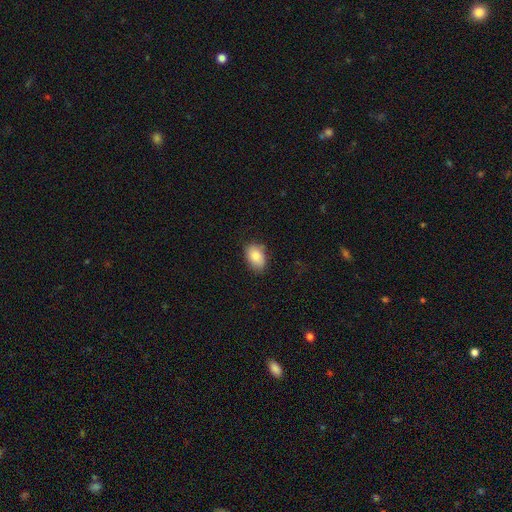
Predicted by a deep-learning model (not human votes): smooth-or-featured: smooth: 84% | featured or disk: 8% | star or artifact: 7%
  how-rounded: in between: 86% | round: 12% | cigar-shaped: 1%
  merging: none: 75% | minor disturbance: 20% | major disturbance: 4% | merger: 1%